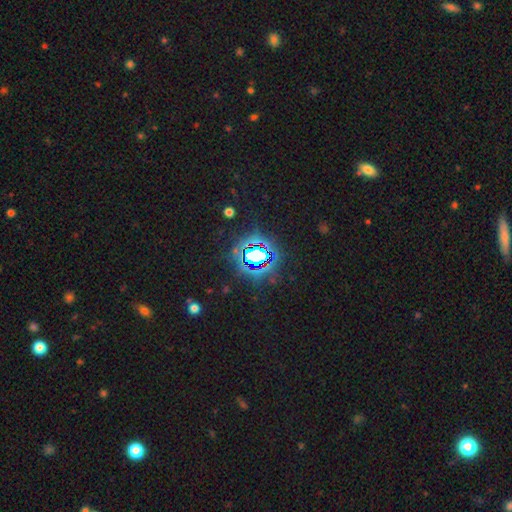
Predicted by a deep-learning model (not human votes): A star or artifact, not a galaxy (78%).